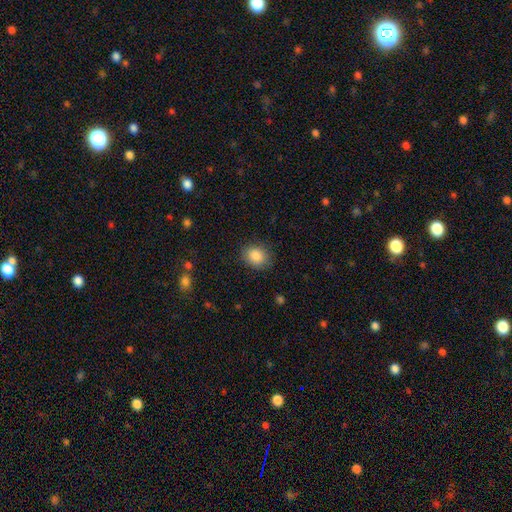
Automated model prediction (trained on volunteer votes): Smooth or featured? Predicted: smooth (p=0.87). How rounded? Predicted: round (p=0.56). Merging? Predicted: none (p=0.83).